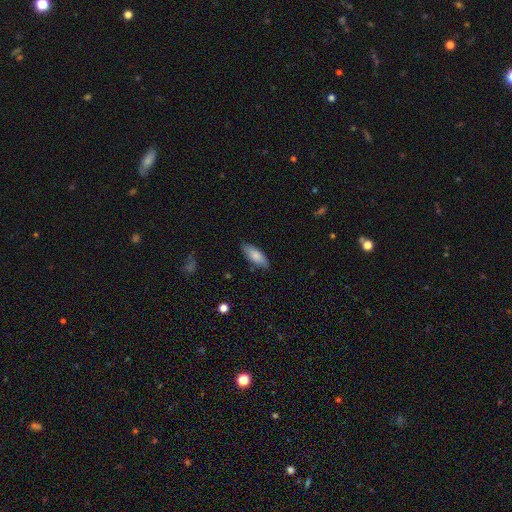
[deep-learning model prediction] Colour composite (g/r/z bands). It shows a smooth galaxy with no disk features (82%) that is in between round and cigar-shaped (71%). Merging: none (84%).